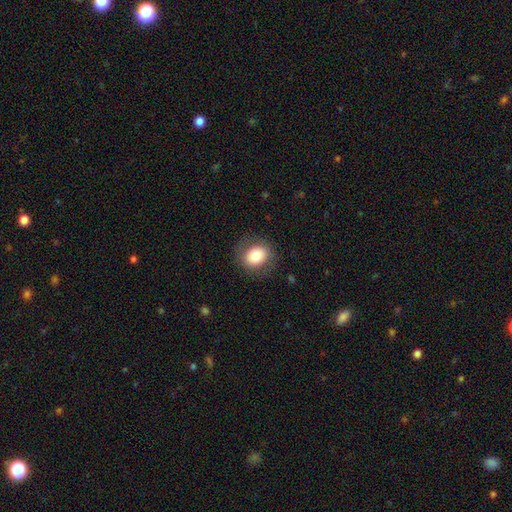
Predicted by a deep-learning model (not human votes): Smooth or featured?
  - smooth: 77% *
  - featured or disk: 15%
  - star or artifact: 9%
How rounded?
  - round: 59% *
  - in between: 40%
  - cigar-shaped: 1%
Merging?
  - none: 82% *
  - minor disturbance: 12%
  - major disturbance: 5%
  - merger: 1%